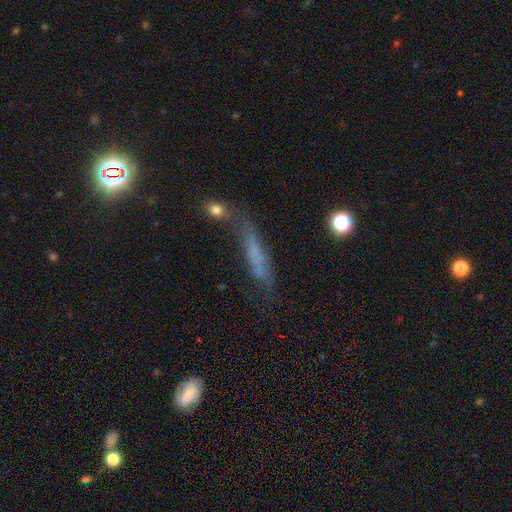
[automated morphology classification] smooth_or_featured: smooth (p=0.51) [alt: featured or disk p=0.34]
how_rounded: cigar-shaped (p=0.79) [alt: in between p=0.17]
merging: none (p=0.43) [alt: minor disturbance p=0.26]